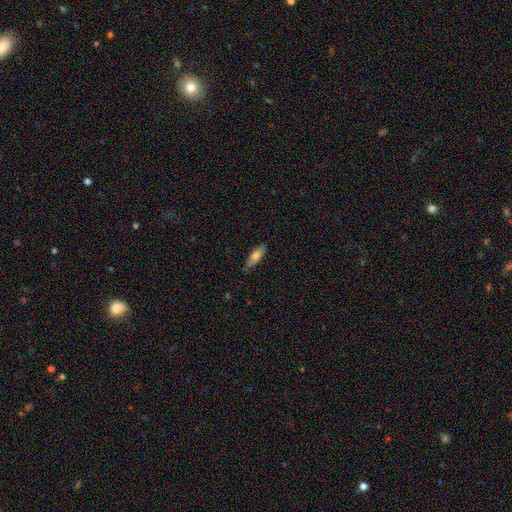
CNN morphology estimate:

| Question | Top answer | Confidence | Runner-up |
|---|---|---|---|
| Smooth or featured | smooth | 69% | featured or disk (24%) |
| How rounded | in between | 62% | cigar-shaped (36%) |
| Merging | none | 79% | minor disturbance (17%) |